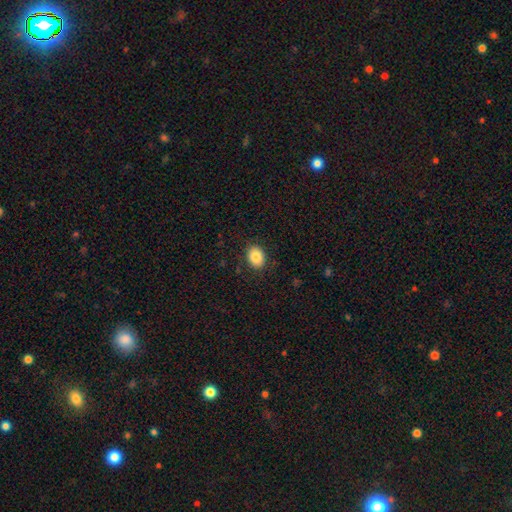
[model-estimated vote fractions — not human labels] This appears to be a smooth galaxy with no disk features (85%) that is in between round and cigar-shaped (59%). Merging: none (87%).